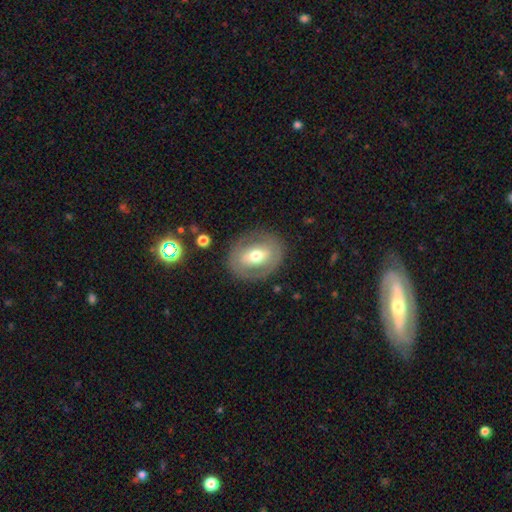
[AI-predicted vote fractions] This appears to be a featured or disk galaxy (53%). Merging: none (81%).